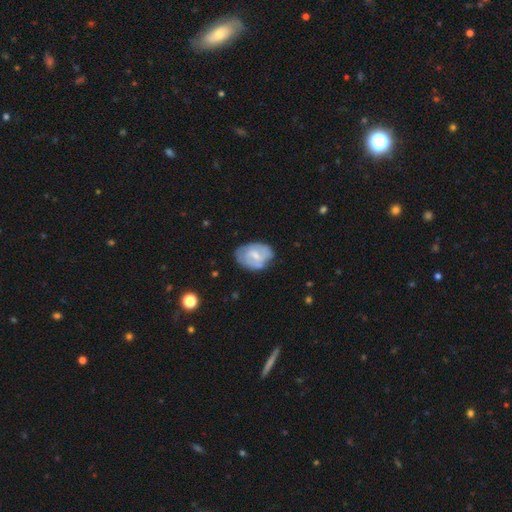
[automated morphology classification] Smooth or featured?
  - featured or disk: 57% *
  - smooth: 37%
  - star or artifact: 6%
Edge-on disk?
  - no: 97% *
  - yes: 3%
Bar?
  - weak: 50% *
  - no: 40%
  - strong: 10%
Spiral arms?
  - yes: 66% *
  - no: 34%
Bulge size?
  - small: 48% *
  - moderate: 42%
  - none: 7%
  - large: 2%
  - dominant: 1%
Merging?
  - none: 59% *
  - minor disturbance: 29%
  - major disturbance: 9%
  - merger: 3%